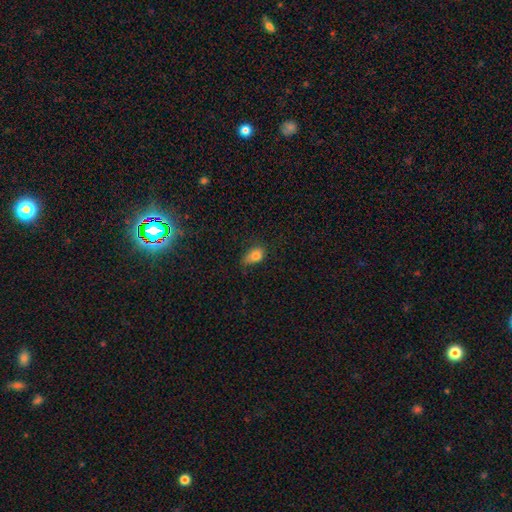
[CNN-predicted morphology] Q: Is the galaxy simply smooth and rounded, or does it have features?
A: smooth — 81%.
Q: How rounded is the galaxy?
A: in between — 80%.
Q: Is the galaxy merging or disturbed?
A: none — 50%.